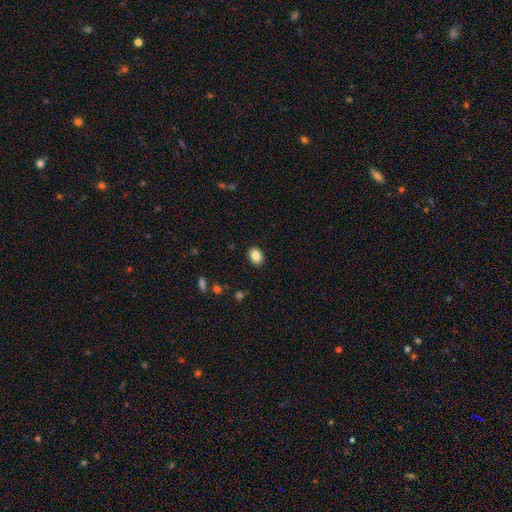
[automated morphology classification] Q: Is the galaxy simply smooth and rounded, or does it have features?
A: smooth — 85%.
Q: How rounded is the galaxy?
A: in between — 63%.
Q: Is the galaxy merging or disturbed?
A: none — 90%.